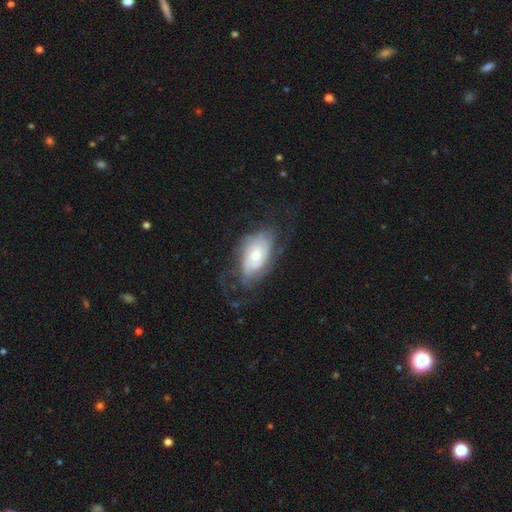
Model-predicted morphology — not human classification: Smooth or featured?
  - featured or disk: 67% *
  - smooth: 27%
  - star or artifact: 7%
Edge-on disk?
  - no: 93% *
  - yes: 7%
Bar?
  - no: 71% *
  - weak: 24%
  - strong: 4%
Spiral arms?
  - yes: 77% *
  - no: 23%
Bulge size?
  - moderate: 63% *
  - small: 26%
  - large: 8%
  - none: 1%
  - dominant: 1%
Merging?
  - none: 53% *
  - minor disturbance: 24%
  - major disturbance: 21%
  - merger: 2%